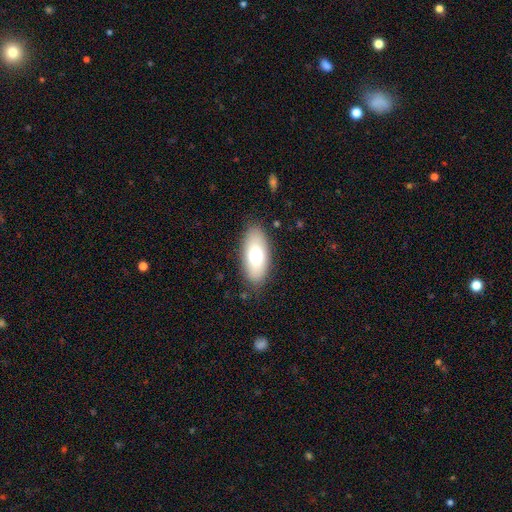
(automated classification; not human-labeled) A smooth galaxy with no disk features (71%) that is in between round and cigar-shaped (86%). Merging: none (85%).